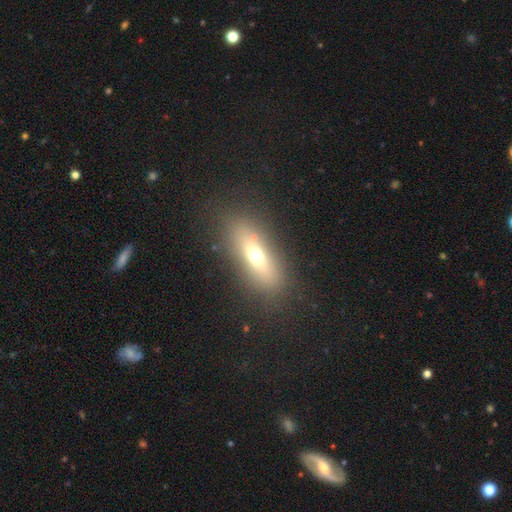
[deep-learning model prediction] Overall: smooth (58%; featured or disk 30%). How rounded: in between (60%; cigar-shaped 34%). Merging: none (81%).